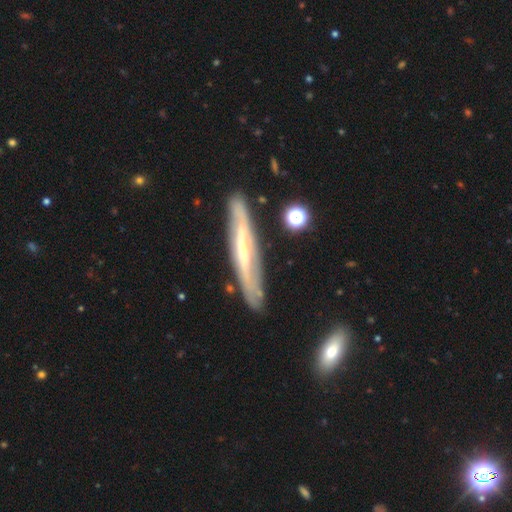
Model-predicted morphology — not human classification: Smooth or featured? featured or disk (71%)
Edge-on disk? yes (67%)
Merging? none (79%)